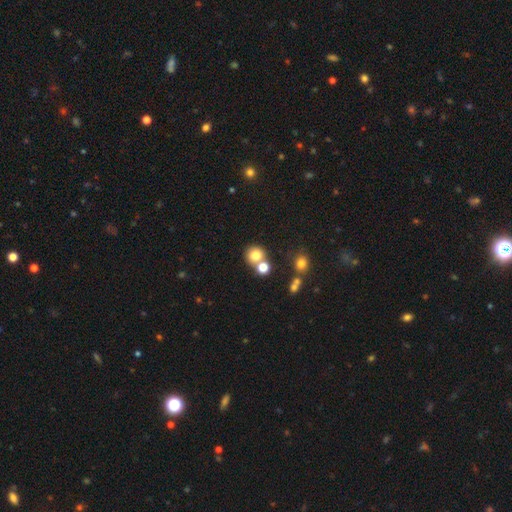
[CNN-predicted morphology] Smooth or featured? smooth (77%)
How rounded? round (83%)
Merging? none (52%)